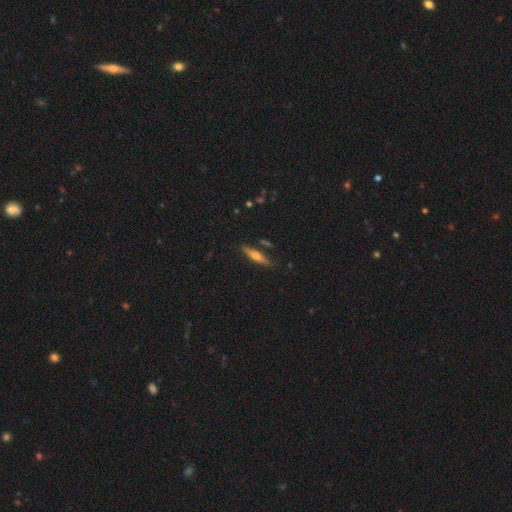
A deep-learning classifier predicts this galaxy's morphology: Smooth or featured? Predicted: featured or disk (p=0.50). Merging? Predicted: none (p=0.81).